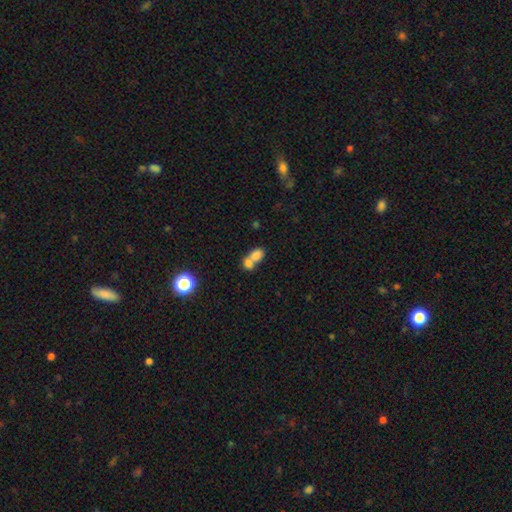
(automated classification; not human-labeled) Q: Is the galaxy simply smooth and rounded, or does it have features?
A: smooth — 76%.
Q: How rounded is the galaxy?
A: in between — 67%.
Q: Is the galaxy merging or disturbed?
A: merger — 71%.